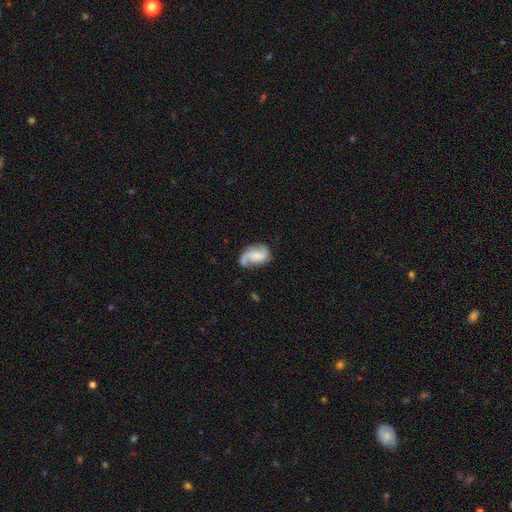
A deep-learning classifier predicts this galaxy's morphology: Smooth or featured? featured or disk (68%)
Edge-on disk? no (97%)
Bar? no (50%)
Spiral arms? yes (92%)
Spiral winding? loose (50%)
Spiral arm count? 2 (77%)
Bulge size? none (32%)
Merging? none (55%)